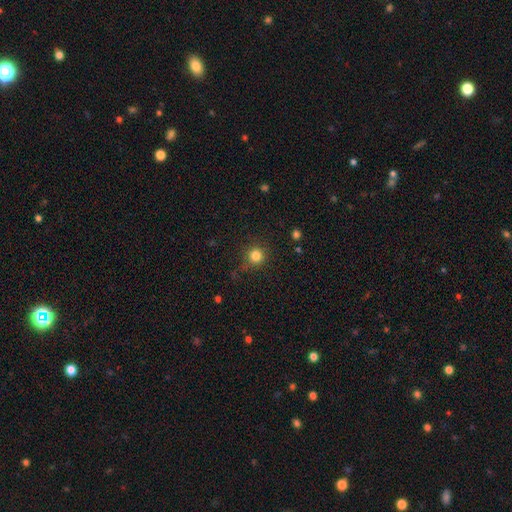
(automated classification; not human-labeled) Smooth or featured? smooth (82%)
How rounded? round (94%)
Merging? none (82%)